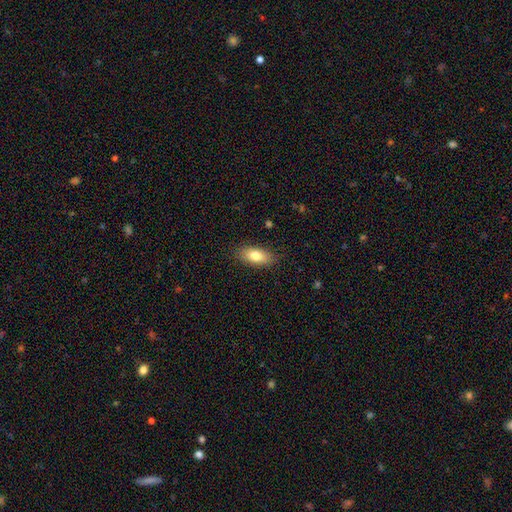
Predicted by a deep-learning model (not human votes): Smooth or featured? Predicted: smooth (p=0.79). How rounded? Predicted: in between (p=0.85). Merging? Predicted: none (p=0.85).